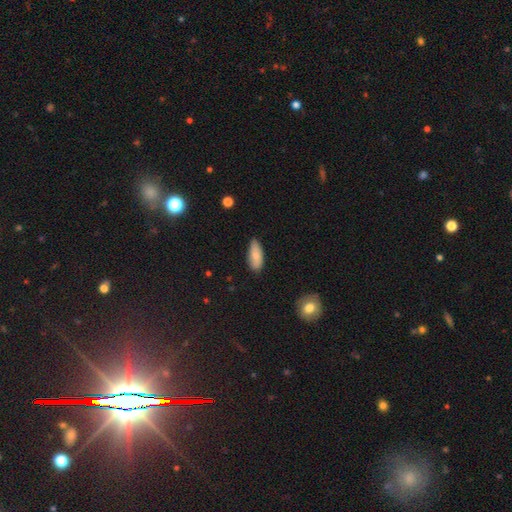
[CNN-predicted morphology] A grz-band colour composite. It shows a smooth galaxy with no disk features (80%) that is in between round and cigar-shaped (84%). Merging: none (73%).